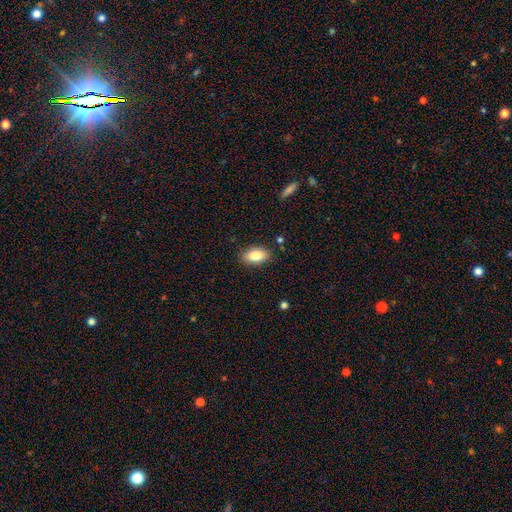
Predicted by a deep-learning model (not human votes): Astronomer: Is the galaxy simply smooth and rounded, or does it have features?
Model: smooth — 83%.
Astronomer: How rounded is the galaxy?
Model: in between — 91%.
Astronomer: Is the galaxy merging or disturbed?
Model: none — 86%.